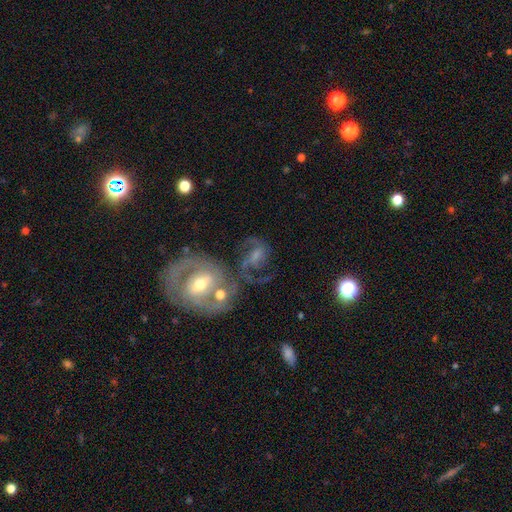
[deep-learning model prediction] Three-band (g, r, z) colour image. It shows a featured or disk galaxy (77%) with a weak bar (47%), 2 (77%) medium (51%) spiral arms (92%) and a moderate central bulge (45%). Merging: none (35%).